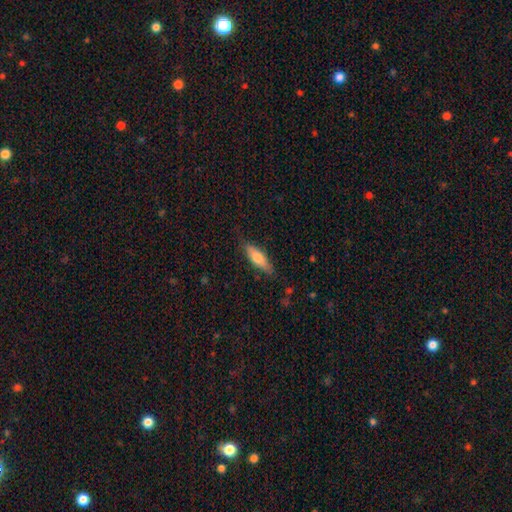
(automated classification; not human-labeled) Morphology: type=smooth (61%); roundness=cigar-shaped (60%); merging=none (82%).